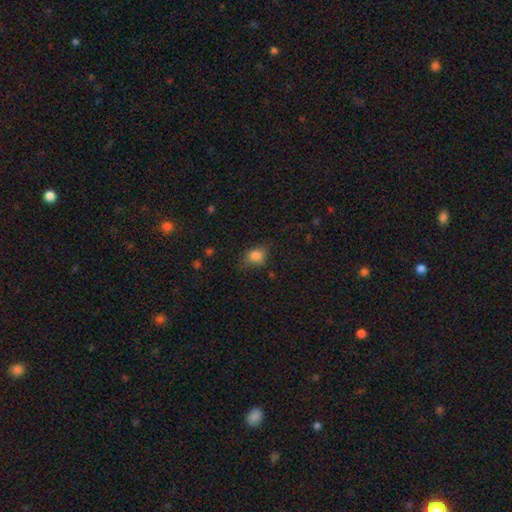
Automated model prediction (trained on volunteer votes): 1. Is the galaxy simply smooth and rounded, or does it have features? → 82% smooth, 11% star or artifact, 7% featured or disk.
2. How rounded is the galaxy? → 51% in between, 47% round, 1% cigar-shaped.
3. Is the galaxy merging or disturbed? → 61% none, 27% minor disturbance, 10% major disturbance, 2% merger.